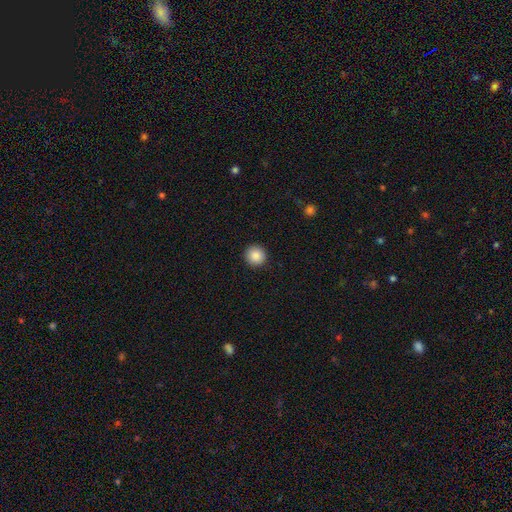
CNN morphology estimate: This is clearly a smooth galaxy (87%). How rounded: clearly round (95%). Merging: clearly none (93%).